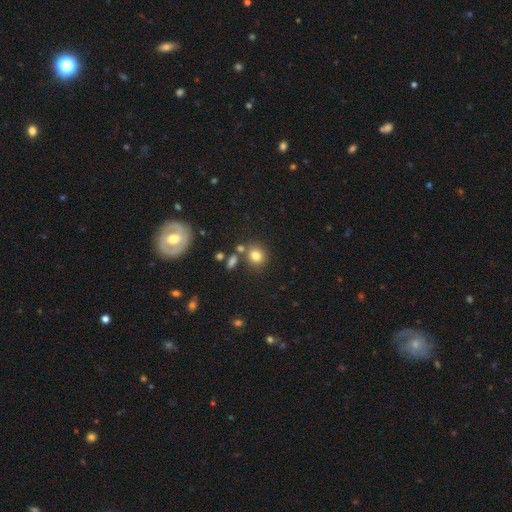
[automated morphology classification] The model was most divided on "how rounded": round: 74%, in between: 25%, cigar-shaped: 1%. More confident: smooth or featured — smooth (79%); merging — none (70%).